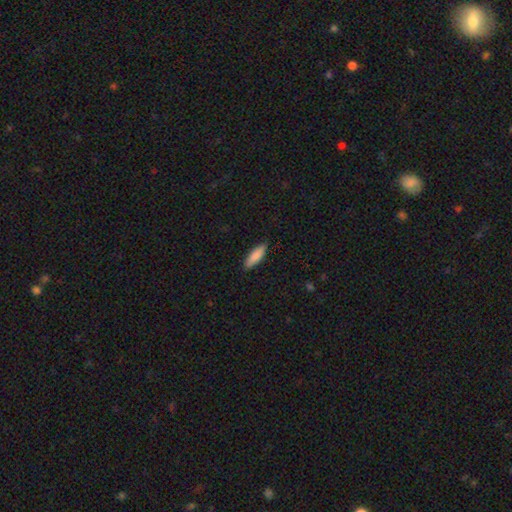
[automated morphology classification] type=smooth (85%); roundness=cigar-shaped (52%); merging=none (88%).